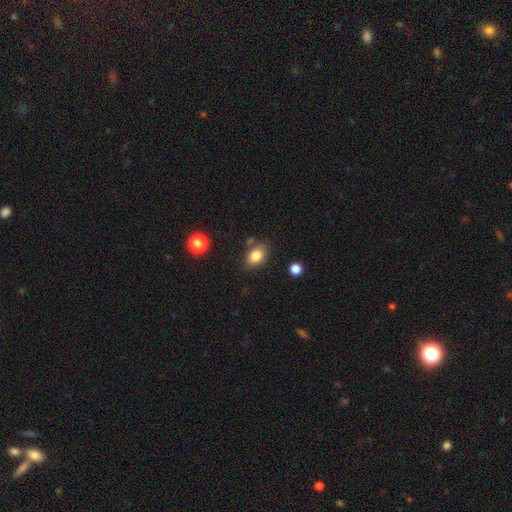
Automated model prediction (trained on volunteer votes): smooth_or_featured: smooth (p=0.83) [alt: star or artifact p=0.09]
how_rounded: in between (p=0.76) [alt: round p=0.23]
merging: none (p=0.77) [alt: minor disturbance p=0.14]